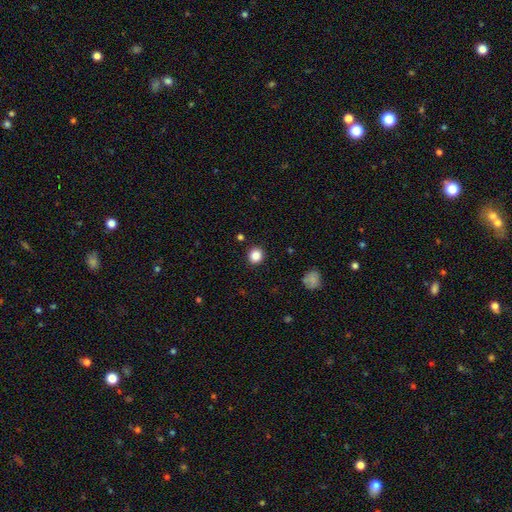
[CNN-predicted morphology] Smooth or featured?
  - smooth: 85% *
  - star or artifact: 11%
  - featured or disk: 4%
How rounded?
  - round: 88% *
  - in between: 11%
  - cigar-shaped: 1%
Merging?
  - none: 90% *
  - minor disturbance: 6%
  - major disturbance: 2%
  - merger: 2%